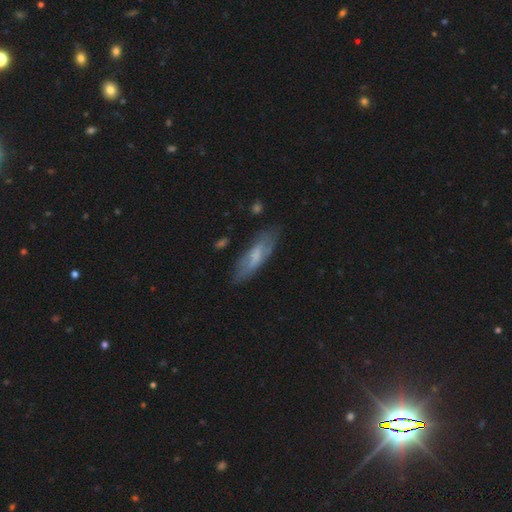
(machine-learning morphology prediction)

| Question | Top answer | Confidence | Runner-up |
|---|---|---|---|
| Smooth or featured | smooth | 50% | featured or disk (43%) |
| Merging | none | 71% | minor disturbance (20%) |